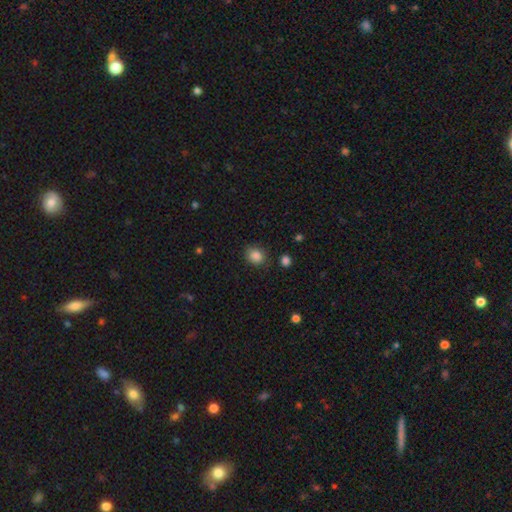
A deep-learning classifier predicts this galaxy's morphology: smooth_or_featured: smooth (p=0.86) [alt: star or artifact p=0.10]
how_rounded: round (p=0.65) [alt: in between p=0.34]
merging: none (p=0.81) [alt: minor disturbance p=0.13]